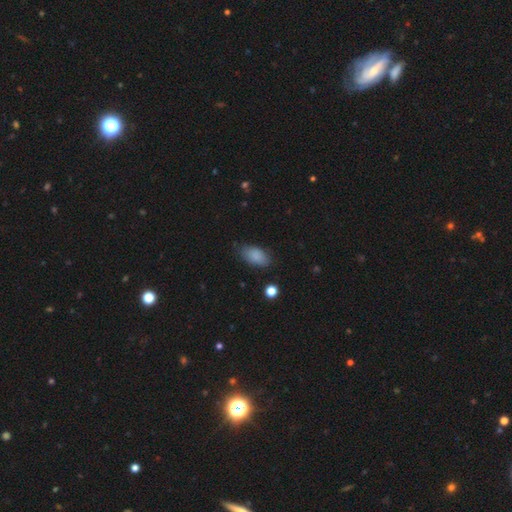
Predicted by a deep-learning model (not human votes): This appears to be a smooth galaxy with no disk features (87%) that is in between round and cigar-shaped (92%). Merging: none (78%).